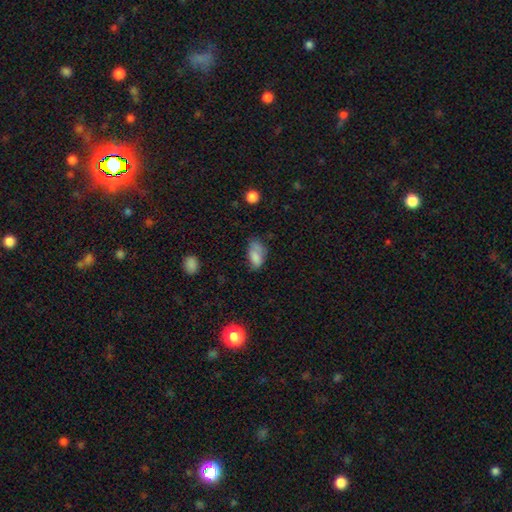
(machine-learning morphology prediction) Smooth or featured? smooth (79%)
How rounded? in between (91%)
Merging? none (46%)